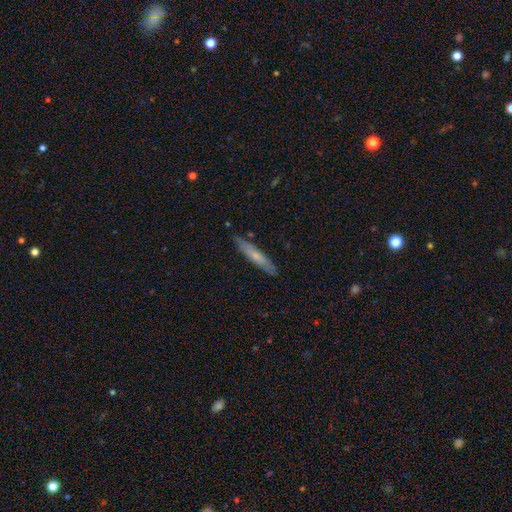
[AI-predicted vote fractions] This appears to be a smooth galaxy with no disk features (57%) that is cigar-shaped (91%). Merging: none (85%).